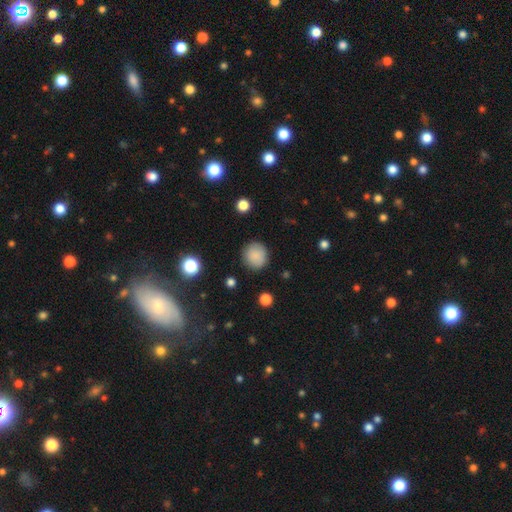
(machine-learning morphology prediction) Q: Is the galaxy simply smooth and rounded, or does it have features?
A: smooth — 86%.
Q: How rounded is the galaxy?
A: round — 90%.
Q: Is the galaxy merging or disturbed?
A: none — 87%.